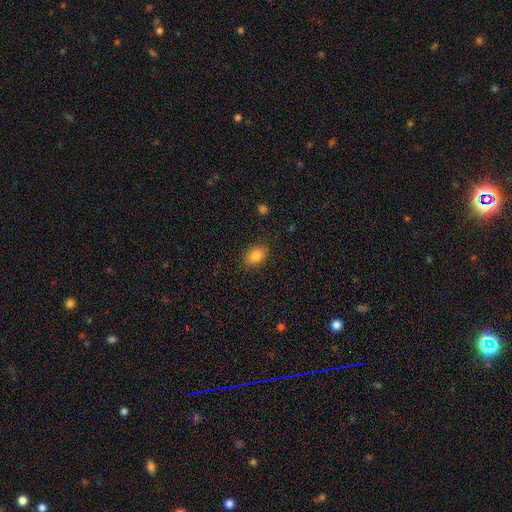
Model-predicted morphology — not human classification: Q: Smooth or featured?
A: smooth (85%); runner-up: star or artifact (9%)
Q: How rounded?
A: in between (82%); runner-up: round (16%)
Q: Merging?
A: none (83%); runner-up: minor disturbance (12%)